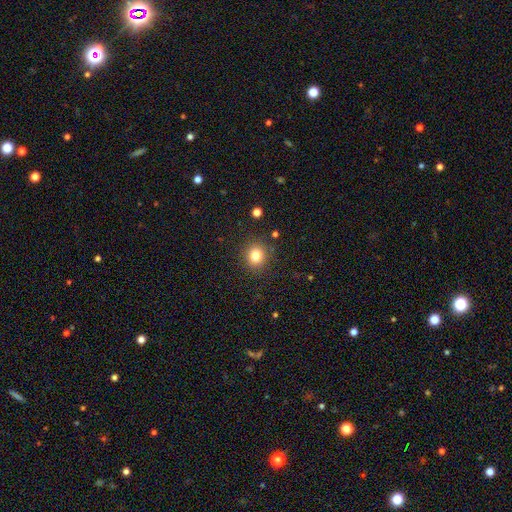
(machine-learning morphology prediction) smooth-or-featured: smooth: 81% | star or artifact: 13% | featured or disk: 7%
  how-rounded: round: 82% | in between: 17% | cigar-shaped: 1%
  merging: none: 89% | minor disturbance: 7% | major disturbance: 3% | merger: 2%